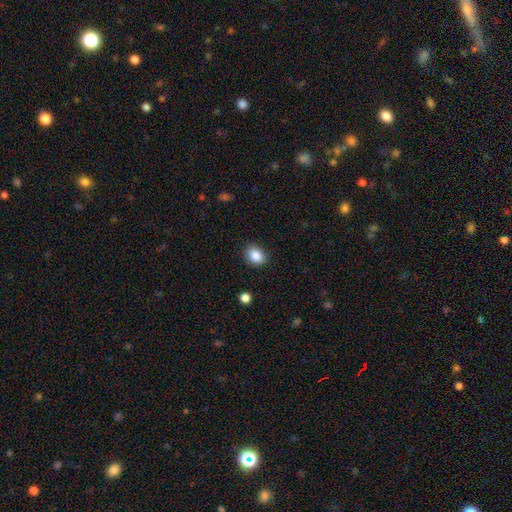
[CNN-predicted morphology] This is clearly a smooth galaxy (87%). How rounded: possibly in between (58%). Merging: clearly none (84%).